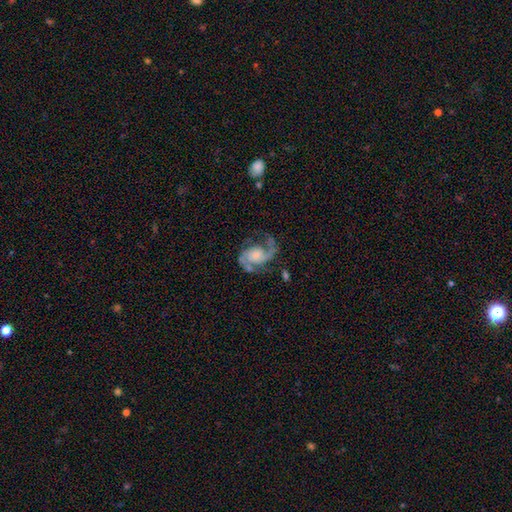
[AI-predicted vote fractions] smooth-or-featured: featured or disk: 89% | smooth: 6% | star or artifact: 5%
  disk-edge-on: no: 98% | yes: 2%
    bar: no: 65% | weak: 28% | strong: 7%
    has-spiral-arms: yes: 97% | no: 3%
      spiral-winding: medium: 53% | loose: 32% | tight: 15%
      spiral-arm-count: 2: 91% | 1: 3% | can't tell: 2% | 3: 2% | 4: 1% | more than 4: 1%
    bulge-size: moderate: 29% | small: 27% | none: 23% | large: 19% | dominant: 3%
  merging: none: 64% | minor disturbance: 19% | major disturbance: 14% | merger: 3%